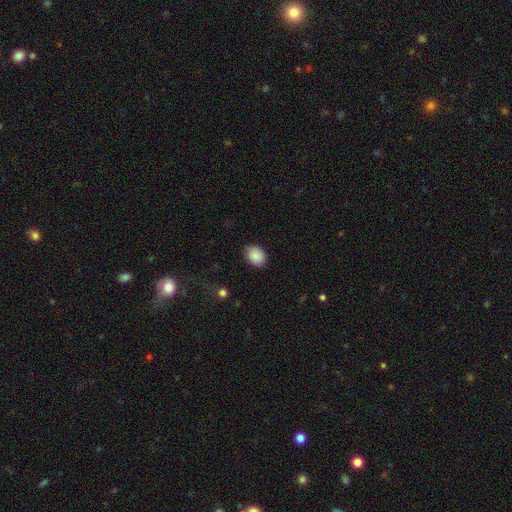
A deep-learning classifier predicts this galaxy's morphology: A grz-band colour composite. It shows a smooth galaxy with no disk features (88%) that is in between round and cigar-shaped (62%). Merging: none (83%).